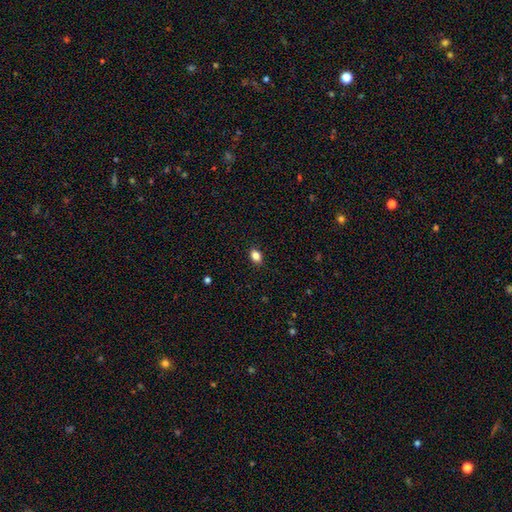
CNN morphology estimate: Smooth or featured? Predicted: smooth (p=0.84). How rounded? Predicted: in between (p=0.74). Merging? Predicted: none (p=0.89).